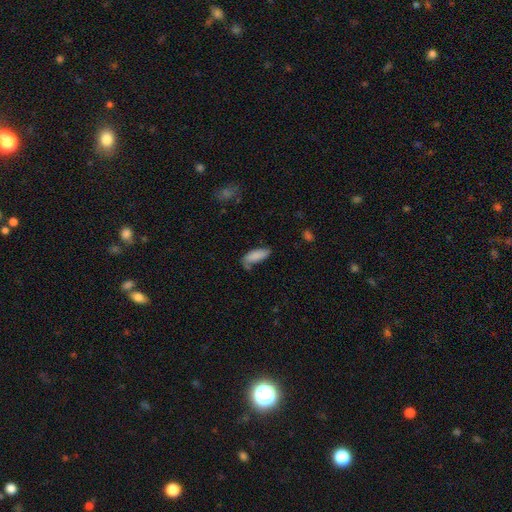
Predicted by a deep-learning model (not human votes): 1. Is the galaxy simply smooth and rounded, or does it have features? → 84% smooth, 9% featured or disk, 7% star or artifact.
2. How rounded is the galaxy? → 72% in between, 26% cigar-shaped, 2% round.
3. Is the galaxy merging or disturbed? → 57% none, 26% minor disturbance, 8% major disturbance, 8% merger.